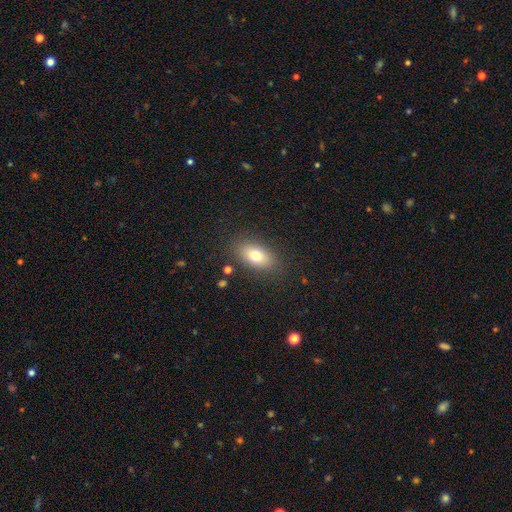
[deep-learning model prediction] A smooth galaxy with no disk features (76%) that is in between round and cigar-shaped (86%). Merging: none (85%).